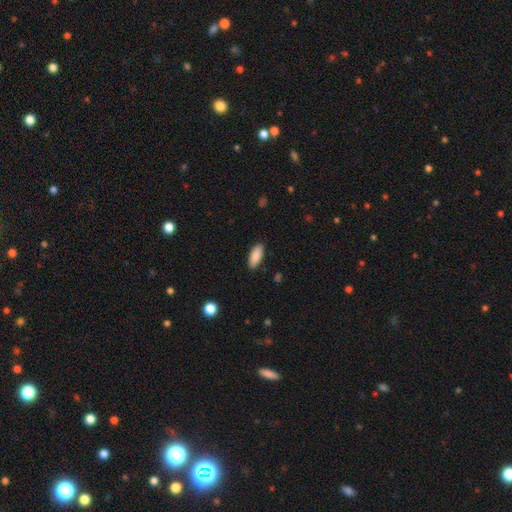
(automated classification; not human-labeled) Smooth or featured: smooth — 88% (star or artifact — 6%)
How rounded: in between — 82% (cigar-shaped — 16%)
Merging: none — 88% (minor disturbance — 9%)